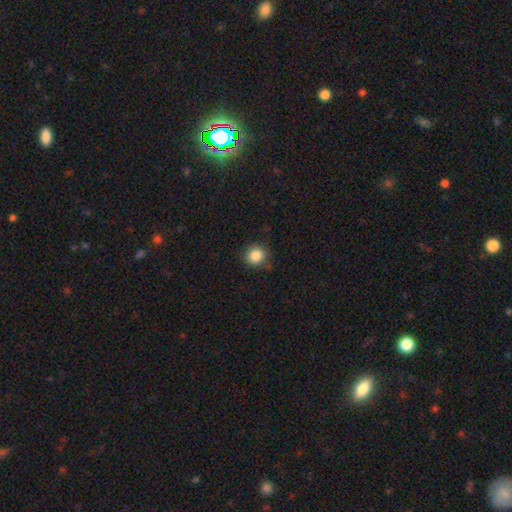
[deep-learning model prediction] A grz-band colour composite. It shows a smooth galaxy with no disk features (86%) that is round (90%). Merging: none (85%).